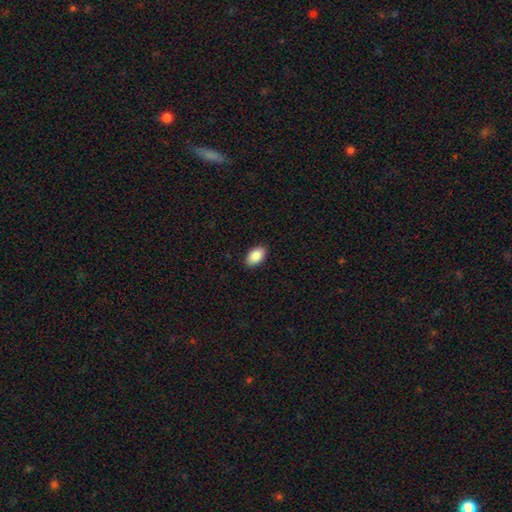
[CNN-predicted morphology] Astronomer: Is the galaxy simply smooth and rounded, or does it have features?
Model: smooth — 89%.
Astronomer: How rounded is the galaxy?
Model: in between — 92%.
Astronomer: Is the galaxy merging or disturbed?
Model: none — 89%.